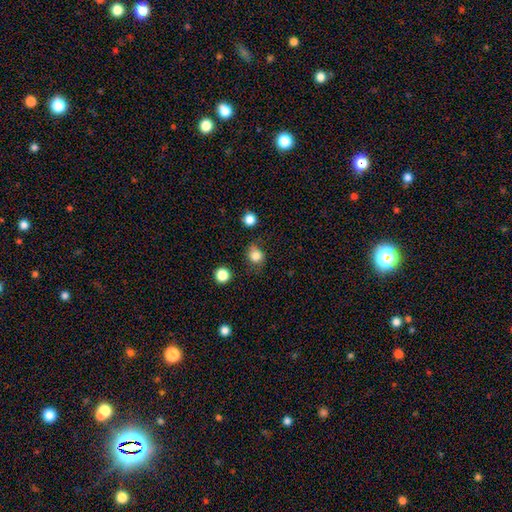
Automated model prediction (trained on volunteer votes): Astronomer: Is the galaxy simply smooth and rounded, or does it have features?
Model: smooth — 82%.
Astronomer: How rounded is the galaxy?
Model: round — 76%.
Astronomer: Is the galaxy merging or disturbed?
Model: none — 69%.